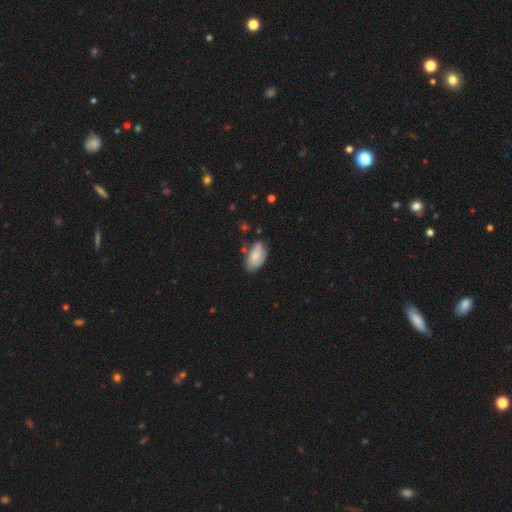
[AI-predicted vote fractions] Smooth or featured: smooth — 64% (featured or disk — 29%)
How rounded: in between — 93% (round — 5%)
Merging: none — 55% (minor disturbance — 32%)